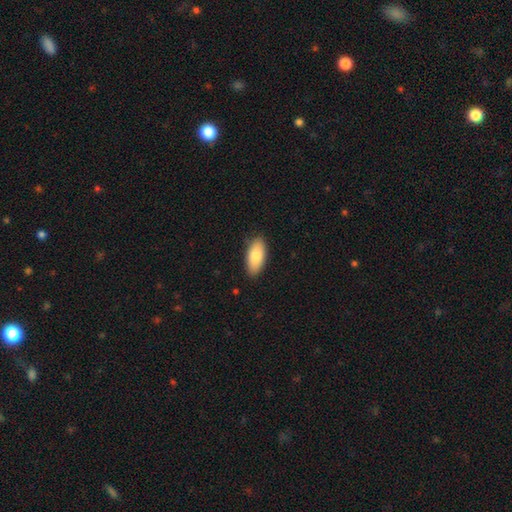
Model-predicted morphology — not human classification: smooth_or_featured: smooth (p=0.82) [alt: featured or disk p=0.12]
how_rounded: in between (p=0.90) [alt: cigar-shaped p=0.08]
merging: none (p=0.86) [alt: minor disturbance p=0.11]